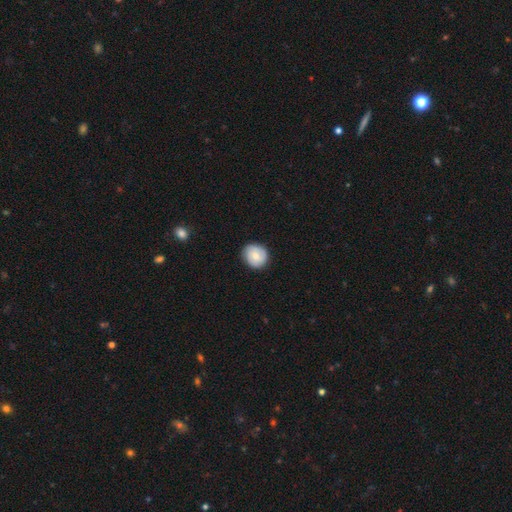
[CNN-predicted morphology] Smooth or featured? smooth (70%)
How rounded? round (88%)
Merging? none (85%)